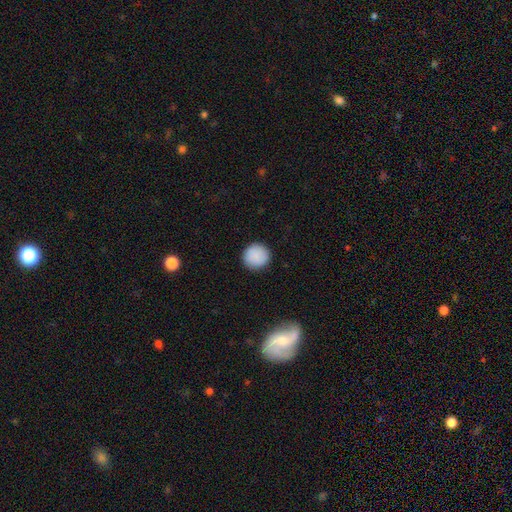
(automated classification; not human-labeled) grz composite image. It shows a smooth galaxy with no disk features (89%) that is round (94%). Merging: none (92%).